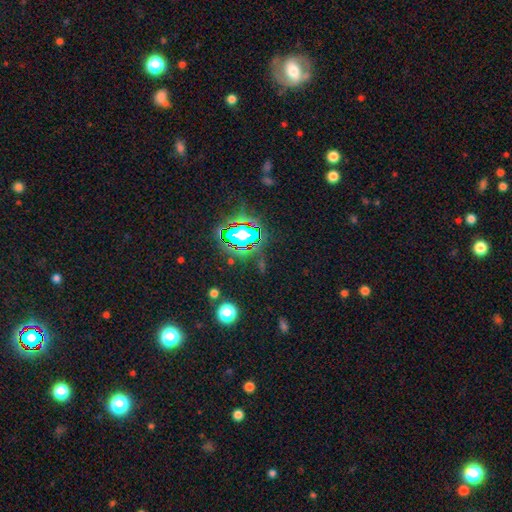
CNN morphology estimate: type=star or artifact (81%).